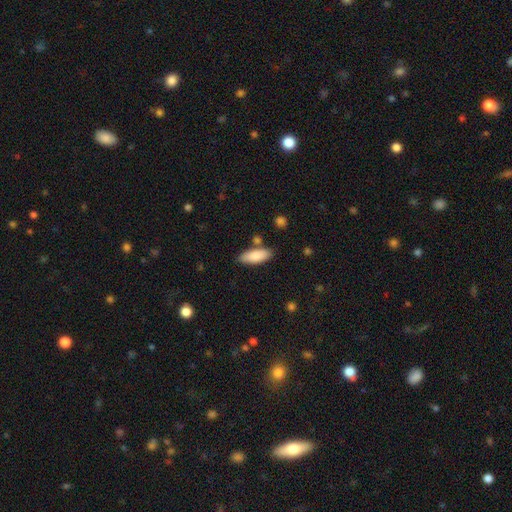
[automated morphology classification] smooth_or_featured: smooth (p=0.86) [alt: featured or disk p=0.09]
how_rounded: in between (p=0.71) [alt: cigar-shaped p=0.28]
merging: none (p=0.80) [alt: minor disturbance p=0.12]